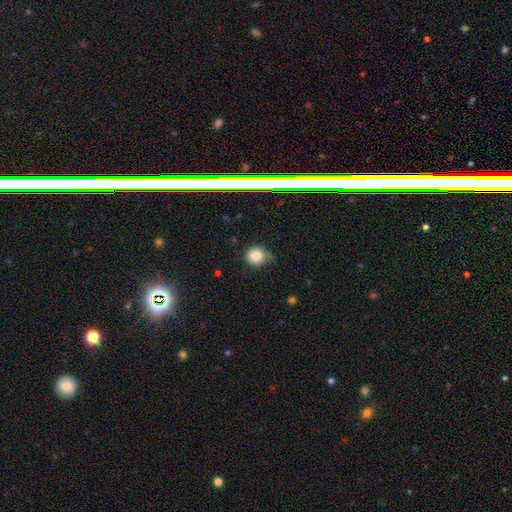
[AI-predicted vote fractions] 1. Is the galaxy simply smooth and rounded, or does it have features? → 80% smooth, 13% star or artifact, 7% featured or disk.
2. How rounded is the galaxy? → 89% round, 9% in between, 1% cigar-shaped.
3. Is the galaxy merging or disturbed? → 75% none, 19% minor disturbance, 4% major disturbance, 2% merger.